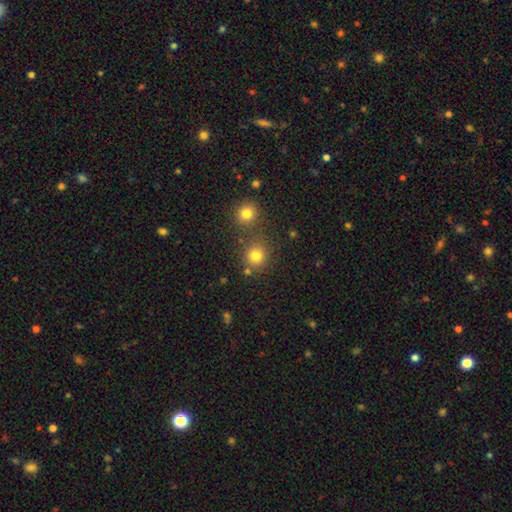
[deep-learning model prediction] Morphology: type=smooth (80%); roundness=round (90%); merging=none (74%).